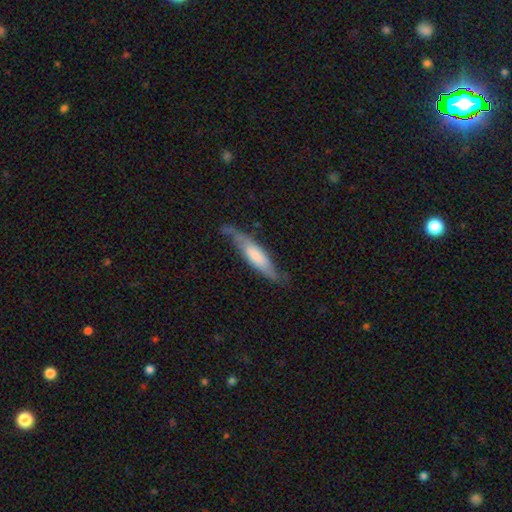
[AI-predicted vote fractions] smooth-or-featured: smooth: 52% | featured or disk: 43% | star or artifact: 6%
  how-rounded: cigar-shaped: 72% | in between: 26% | round: 2%
  merging: none: 61% | minor disturbance: 27% | major disturbance: 10% | merger: 3%